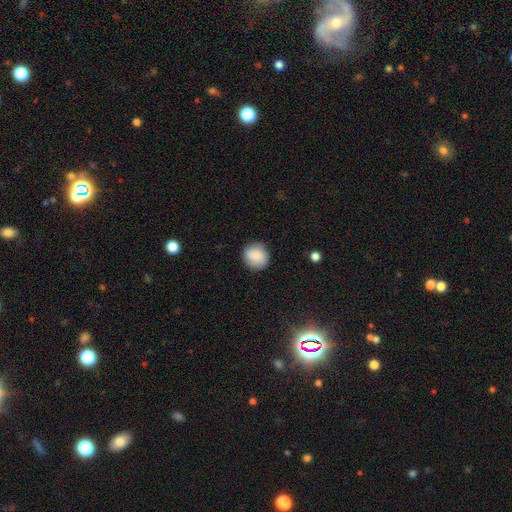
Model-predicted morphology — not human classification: A smooth galaxy with no disk features (87%) that is round (88%).

Vote fractions:
- Smooth or featured? smooth: 87% / star or artifact: 8% / featured or disk: 6%
- How rounded? round: 88% / in between: 11% / cigar-shaped: 1%
- Merging? none: 87% / minor disturbance: 9% / major disturbance: 2% / merger: 1%